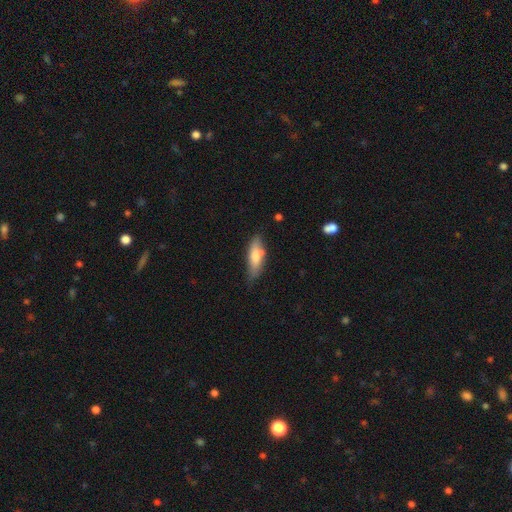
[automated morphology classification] This appears to be a smooth galaxy with no disk features (69%) that is in between round and cigar-shaped (58%). Merging: none (66%).